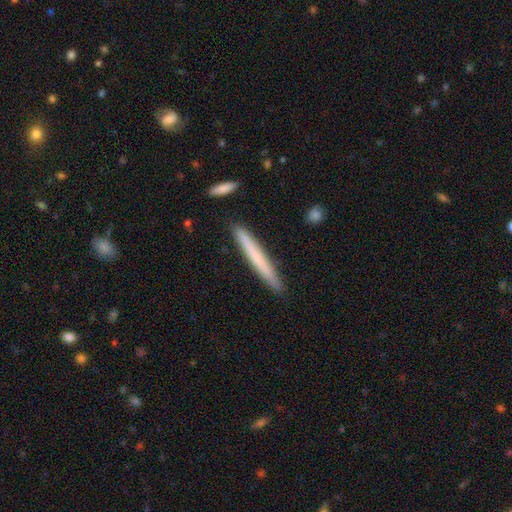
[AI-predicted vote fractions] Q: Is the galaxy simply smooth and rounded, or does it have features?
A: smooth — 63%.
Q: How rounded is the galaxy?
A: cigar-shaped — 97%.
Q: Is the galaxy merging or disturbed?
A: none — 90%.